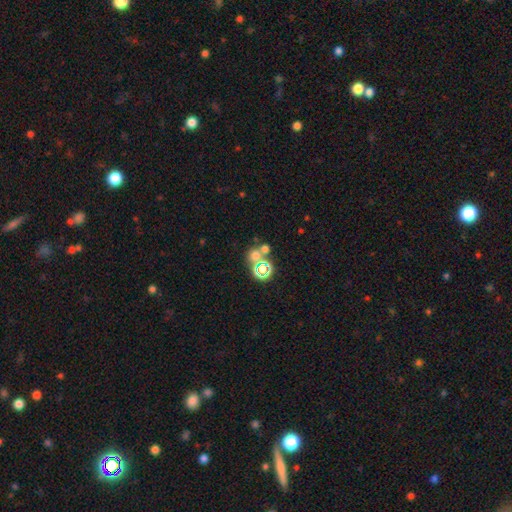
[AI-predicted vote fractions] This appears to be a smooth galaxy with no disk features (52%) that is round (80%). Merging: none (53%).